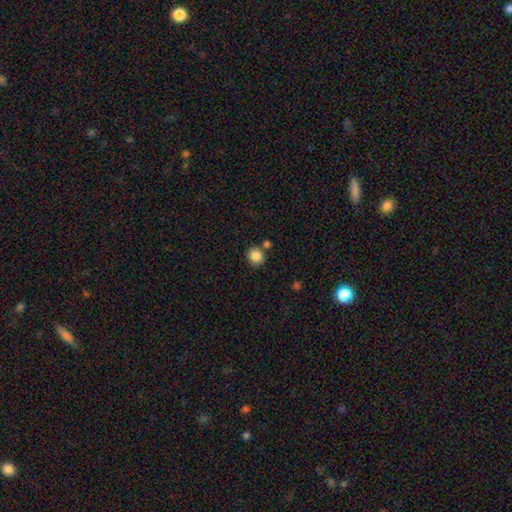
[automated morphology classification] smooth_or_featured: smooth (p=0.86) [alt: star or artifact p=0.10]
how_rounded: round (p=0.78) [alt: in between p=0.21]
merging: none (p=0.75) [alt: merger p=0.13]